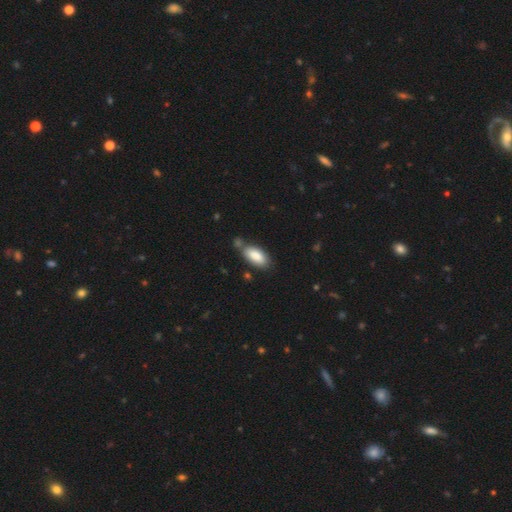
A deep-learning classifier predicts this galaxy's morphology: type=smooth (85%); roundness=in between (89%); merging=none (62%).